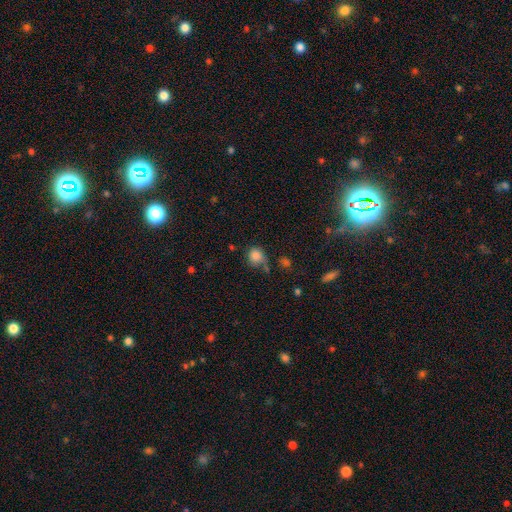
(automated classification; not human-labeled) Smooth or featured? Predicted: smooth (p=0.83). How rounded? Predicted: round (p=0.83). Merging? Predicted: none (p=0.58).